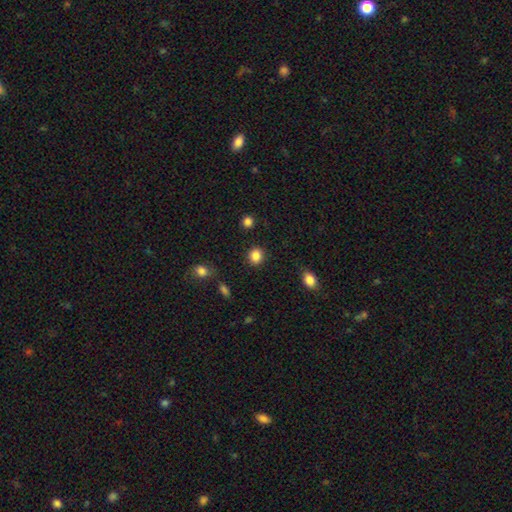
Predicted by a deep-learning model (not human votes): smooth 86%, star or artifact 10%, featured or disk 4%. Down the decision tree: how rounded — round (78%); merging — none (89%).